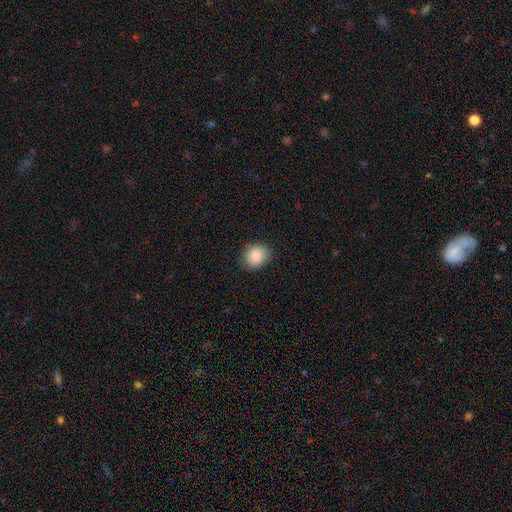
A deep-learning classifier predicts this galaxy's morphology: smooth 86%, star or artifact 8%, featured or disk 6%. Down the decision tree: how rounded — round (57%); merging — none (84%).